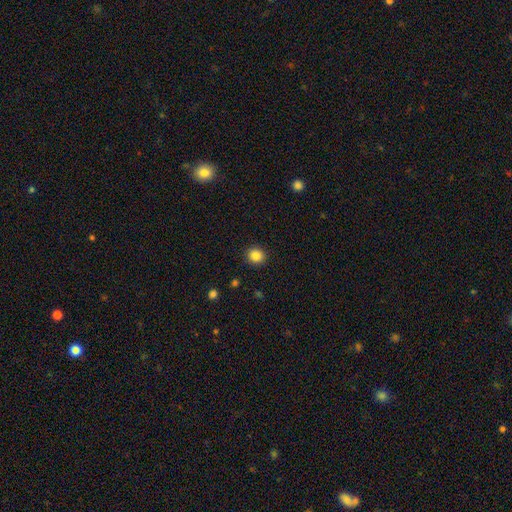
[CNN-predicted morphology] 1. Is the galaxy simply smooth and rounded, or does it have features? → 85% smooth, 10% star or artifact, 4% featured or disk.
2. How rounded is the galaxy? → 86% round, 14% in between, 1% cigar-shaped.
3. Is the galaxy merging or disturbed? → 91% none, 6% minor disturbance, 2% major disturbance, 1% merger.